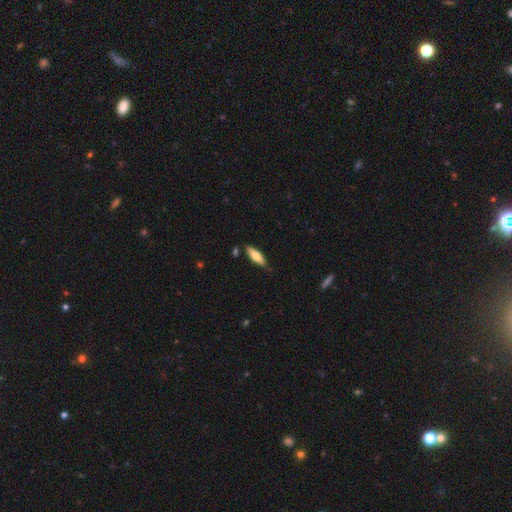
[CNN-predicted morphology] Q: Smooth or featured?
A: smooth (67%); runner-up: featured or disk (27%)
Q: How rounded?
A: in between (53%); runner-up: cigar-shaped (45%)
Q: Merging?
A: none (82%); runner-up: minor disturbance (13%)